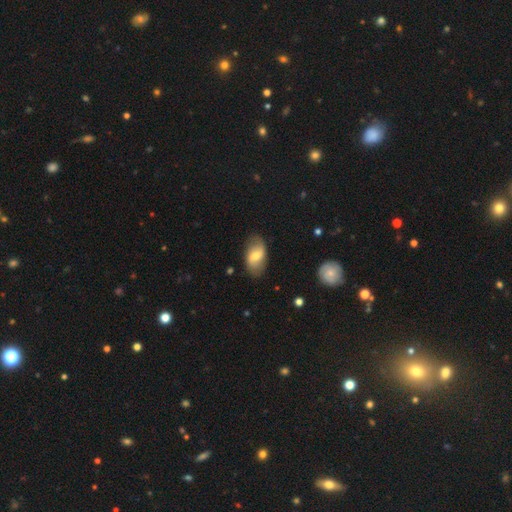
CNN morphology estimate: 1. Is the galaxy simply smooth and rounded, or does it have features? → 53% smooth, 41% featured or disk, 7% star or artifact.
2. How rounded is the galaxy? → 92% in between, 6% round, 2% cigar-shaped.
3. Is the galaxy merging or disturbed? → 79% none, 16% minor disturbance, 4% major disturbance, 1% merger.